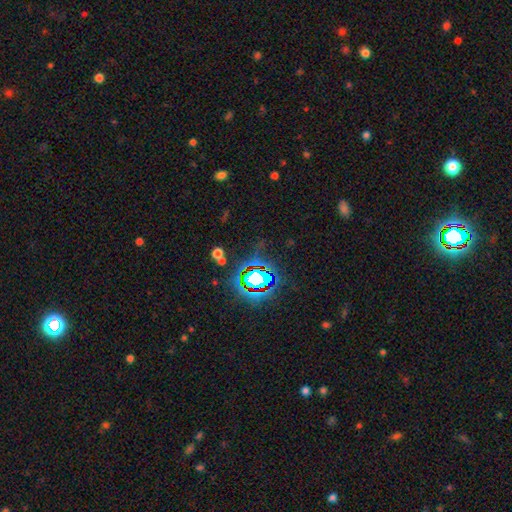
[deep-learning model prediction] Overall: star or artifact (82%).